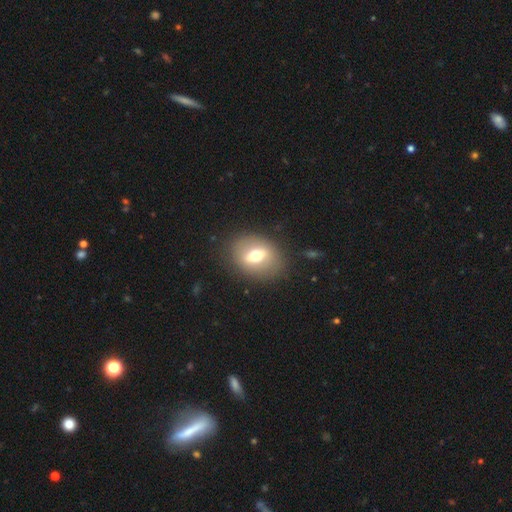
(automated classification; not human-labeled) smooth 51%, featured or disk 40%, star or artifact 9%. Down the decision tree: how rounded — in between (61%); merging — none (83%).